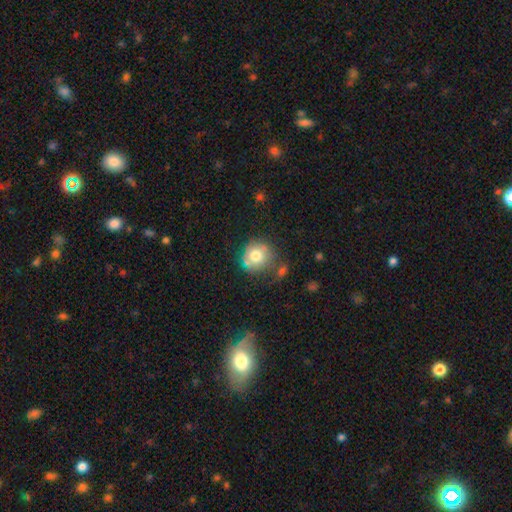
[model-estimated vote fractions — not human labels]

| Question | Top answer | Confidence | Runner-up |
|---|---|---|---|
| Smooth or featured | smooth | 74% | featured or disk (16%) |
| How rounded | round | 89% | in between (10%) |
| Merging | none | 65% | minor disturbance (18%) |